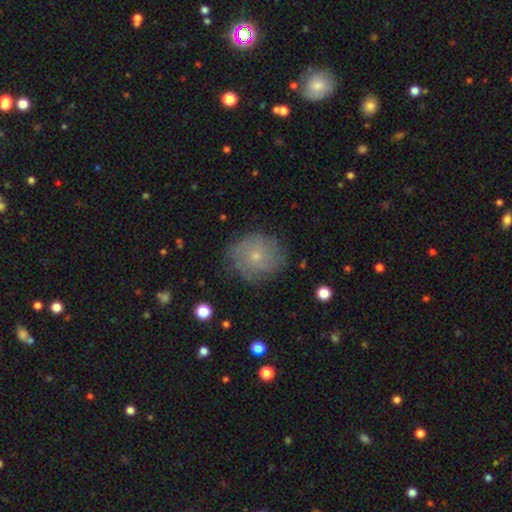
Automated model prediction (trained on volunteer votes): Overall: featured or disk (51%; smooth 38%). Edge-on disk: no (97%). Merging: none (76%).